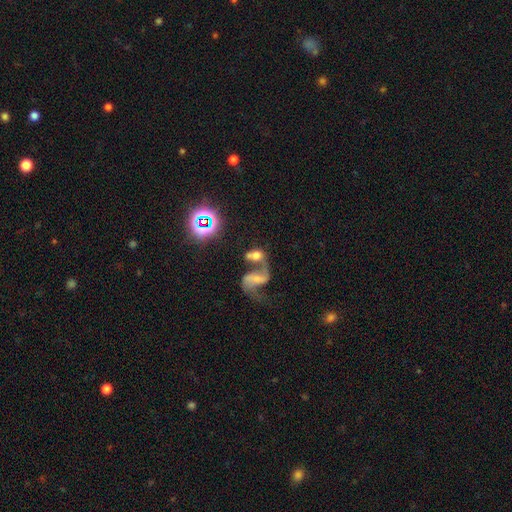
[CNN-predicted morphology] Overall: featured or disk (49%; smooth 32%). Merging: merger (63%).